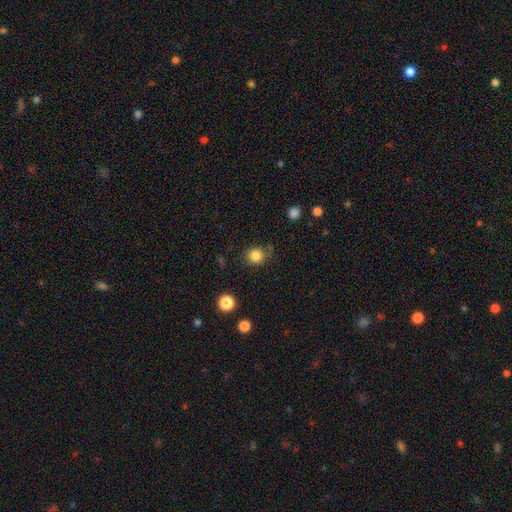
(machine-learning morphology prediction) Smooth or featured? smooth (83%)
How rounded? round (86%)
Merging? none (77%)